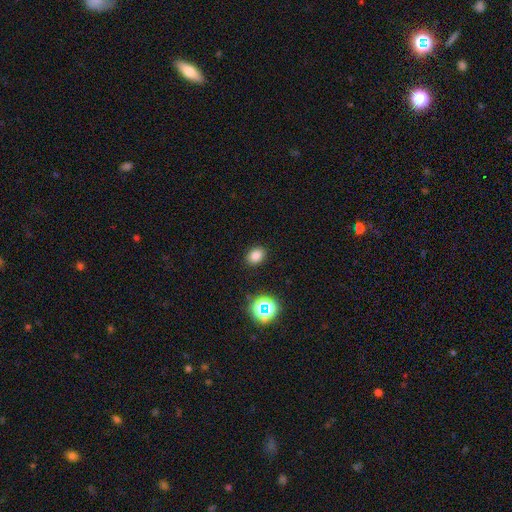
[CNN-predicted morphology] Q: Smooth or featured?
A: smooth (79%); runner-up: star or artifact (15%)
Q: How rounded?
A: in between (60%); runner-up: round (39%)
Q: Merging?
A: none (88%); runner-up: minor disturbance (8%)